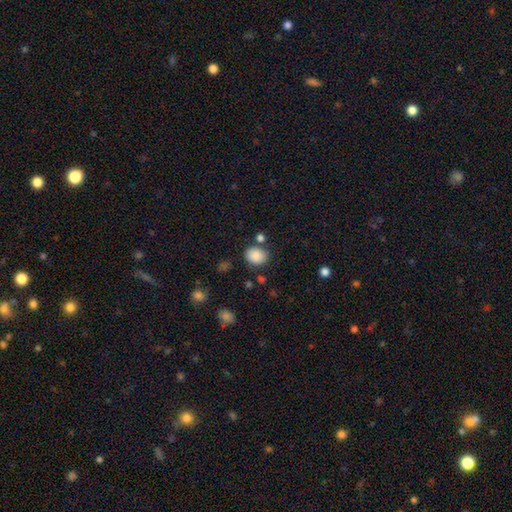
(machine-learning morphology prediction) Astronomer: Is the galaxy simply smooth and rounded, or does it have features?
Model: smooth — 87%.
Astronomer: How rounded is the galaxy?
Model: round — 53% (runner-up: in between, 46%).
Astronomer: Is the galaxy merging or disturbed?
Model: none — 76%.